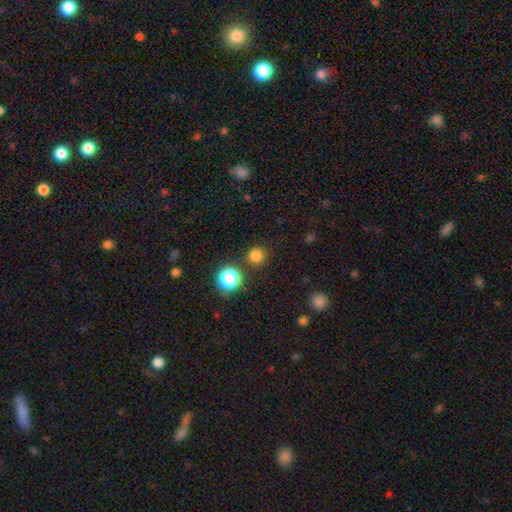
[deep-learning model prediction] Smooth or featured? smooth (78%)
How rounded? round (94%)
Merging? none (87%)